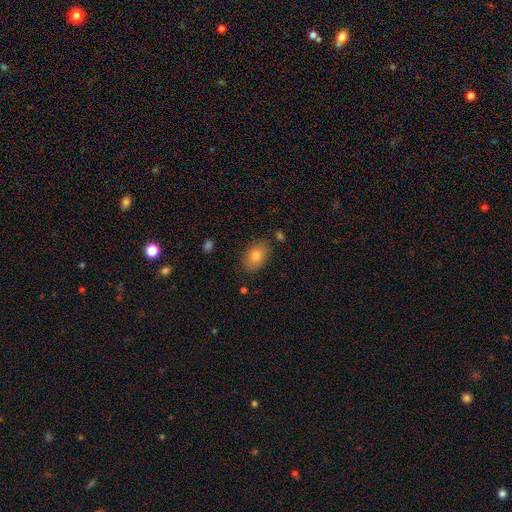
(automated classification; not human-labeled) A smooth galaxy with no disk features (80%) that is in between round and cigar-shaped (83%). Merging: none (83%).